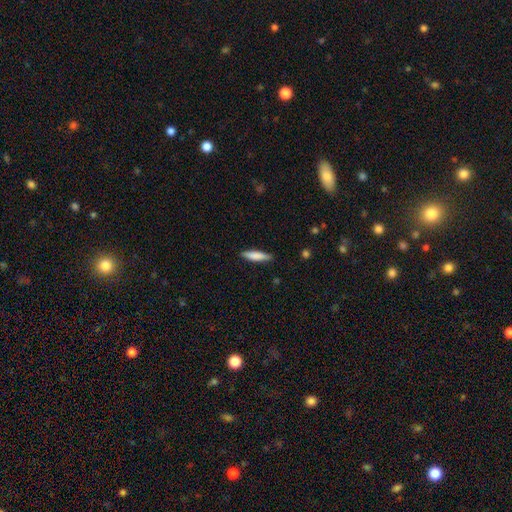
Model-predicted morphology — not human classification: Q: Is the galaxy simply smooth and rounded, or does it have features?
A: smooth — 80%.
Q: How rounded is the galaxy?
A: cigar-shaped — 78%.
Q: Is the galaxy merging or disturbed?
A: none — 87%.